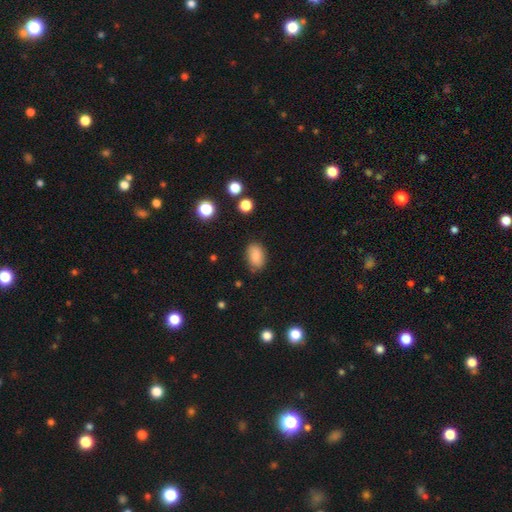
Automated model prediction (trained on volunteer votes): smooth-or-featured: smooth: 83% | star or artifact: 9% | featured or disk: 8%
  how-rounded: in between: 88% | round: 10% | cigar-shaped: 2%
  merging: none: 79% | minor disturbance: 16% | major disturbance: 3% | merger: 2%